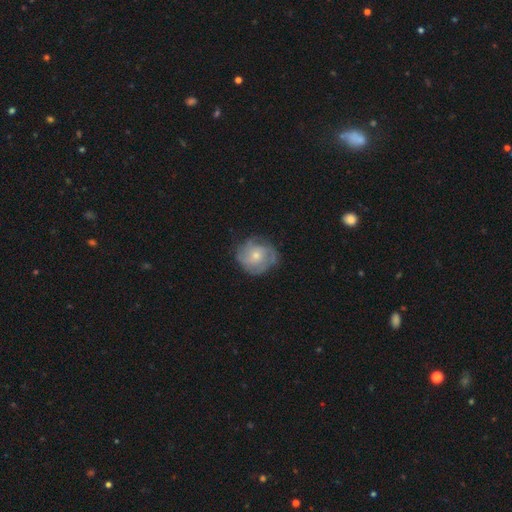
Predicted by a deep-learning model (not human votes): Smooth or featured?
  - featured or disk: 62% *
  - smooth: 31%
  - star or artifact: 7%
Edge-on disk?
  - no: 98% *
  - yes: 2%
Bar?
  - no: 79% *
  - weak: 18%
  - strong: 3%
Spiral arms?
  - yes: 83% *
  - no: 17%
Spiral winding?
  - tight: 49% *
  - medium: 37%
  - loose: 14%
Spiral arm count?
  - can't tell: 35% *
  - 3: 27%
  - 2: 16%
  - 4: 12%
  - 1: 5%
  - more than 4: 5%
Bulge size?
  - small: 56% *
  - moderate: 39%
  - large: 2%
  - none: 2%
  - dominant: 1%
Merging?
  - none: 68% *
  - minor disturbance: 21%
  - major disturbance: 9%
  - merger: 1%